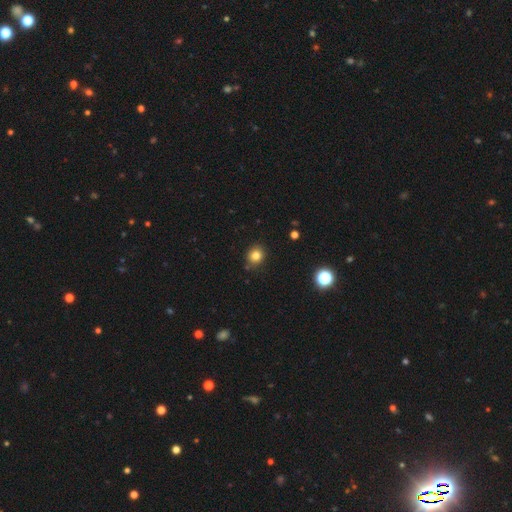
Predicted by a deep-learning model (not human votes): Smooth or featured?
  - smooth: 80% *
  - star or artifact: 13%
  - featured or disk: 6%
How rounded?
  - round: 79% *
  - in between: 20%
  - cigar-shaped: 1%
Merging?
  - none: 86% *
  - minor disturbance: 10%
  - merger: 2%
  - major disturbance: 2%